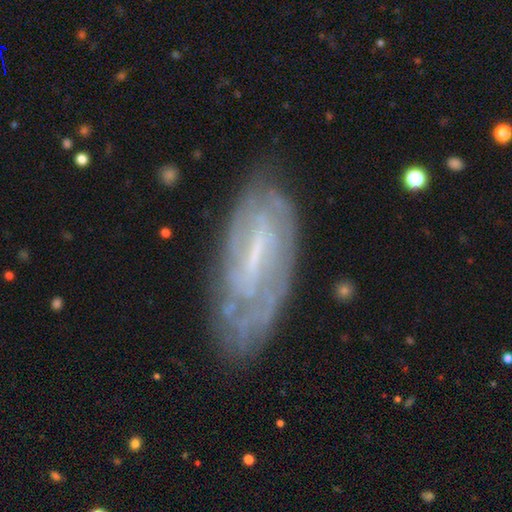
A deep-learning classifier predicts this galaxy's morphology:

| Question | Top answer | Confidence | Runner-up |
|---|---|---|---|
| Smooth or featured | featured or disk | 75% | smooth (18%) |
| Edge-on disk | no | 88% | yes (12%) |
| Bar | weak | 40% | tied: strong (40%) |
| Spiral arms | yes | 73% | no (27%) |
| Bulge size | small | 45% | none (30%) |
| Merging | none | 68% | minor disturbance (21%) |